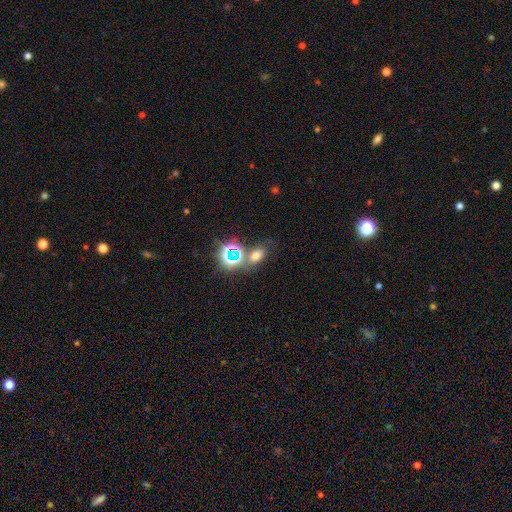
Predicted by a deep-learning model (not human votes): This appears to be a smooth galaxy with no disk features (61%) that is in between round and cigar-shaped (76%). Merging: none (64%).